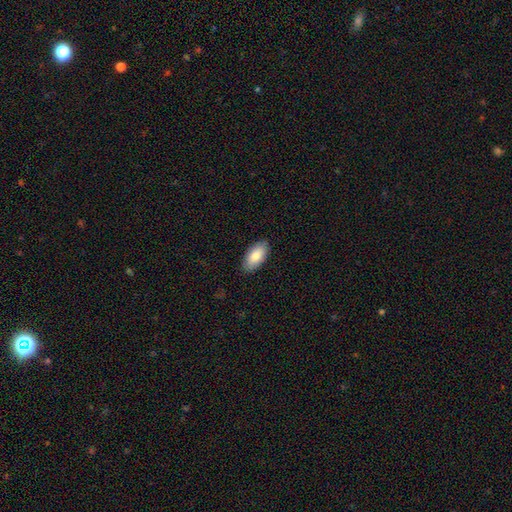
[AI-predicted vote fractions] A smooth galaxy with no disk features (83%) that is in between round and cigar-shaped (94%).

Vote fractions:
- Smooth or featured? smooth: 83% / featured or disk: 11% / star or artifact: 6%
- How rounded? in between: 94% / cigar-shaped: 4% / round: 2%
- Merging? none: 89% / minor disturbance: 9% / major disturbance: 2% / merger: 1%